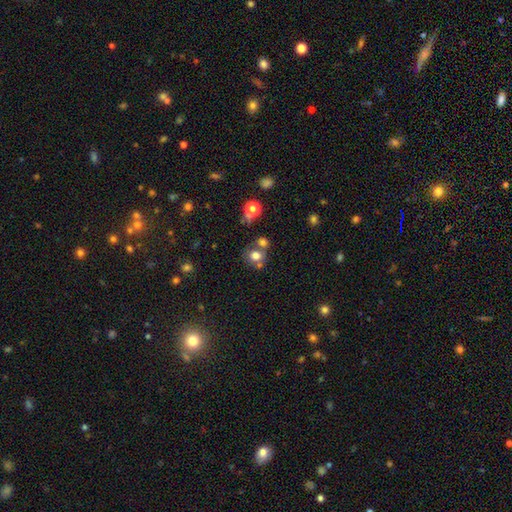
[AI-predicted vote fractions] Smooth or featured: smooth — 73% (star or artifact — 14%)
How rounded: round — 76% (in between — 23%)
Merging: none — 53% (merger — 30%)